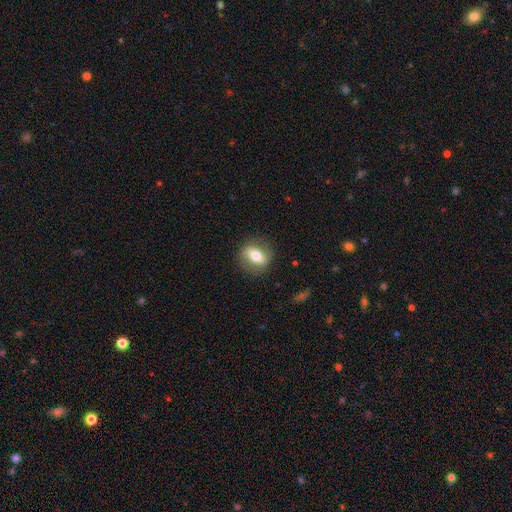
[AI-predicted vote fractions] smooth_or_featured: smooth (p=0.54) [alt: featured or disk p=0.38]
how_rounded: in between (p=0.54) [alt: round p=0.41]
merging: none (p=0.82) [alt: minor disturbance p=0.13]